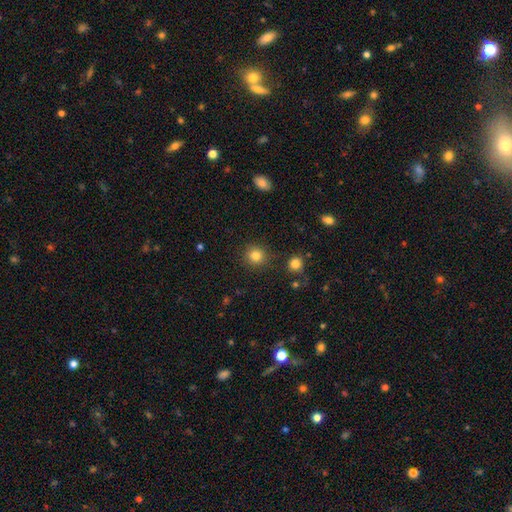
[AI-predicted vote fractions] A smooth galaxy with no disk features (83%) that is round (93%).

Vote fractions:
- Smooth or featured? smooth: 83% / star or artifact: 12% / featured or disk: 6%
- How rounded? round: 93% / in between: 6% / cigar-shaped: 1%
- Merging? none: 89% / minor disturbance: 6% / merger: 2% / major disturbance: 2%